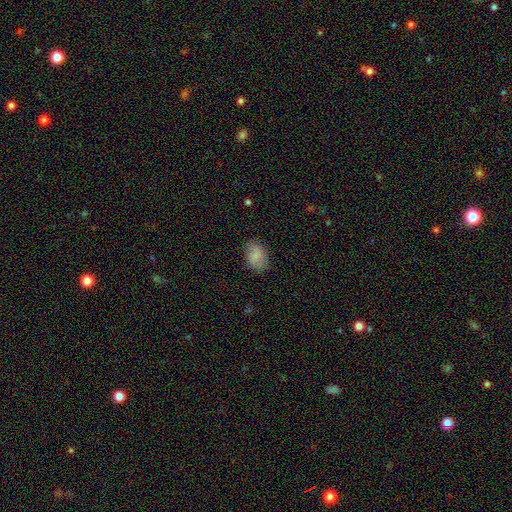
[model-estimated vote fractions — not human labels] smooth-or-featured: smooth: 82% | featured or disk: 10% | star or artifact: 8%
  how-rounded: in between: 83% | round: 15% | cigar-shaped: 1%
  merging: none: 75% | minor disturbance: 19% | major disturbance: 5% | merger: 1%